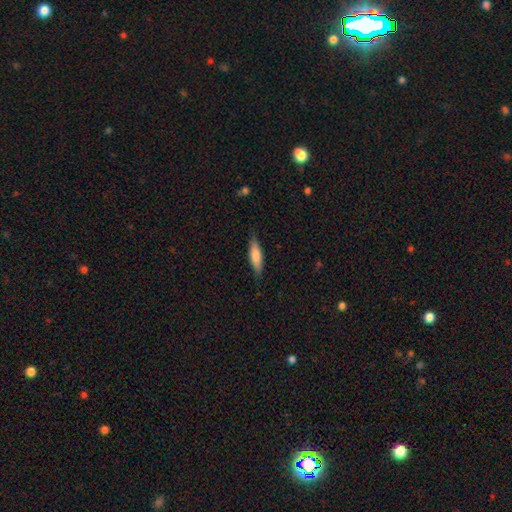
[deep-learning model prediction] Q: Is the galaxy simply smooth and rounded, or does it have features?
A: smooth — 78%.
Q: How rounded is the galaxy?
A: cigar-shaped — 53%.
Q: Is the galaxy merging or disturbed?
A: none — 82%.